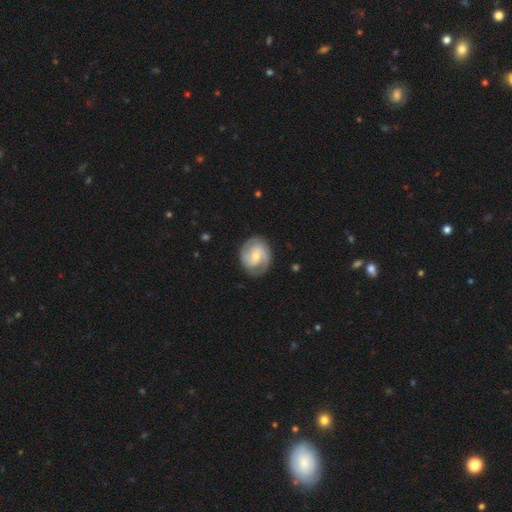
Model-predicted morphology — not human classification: A featured or disk galaxy (80%) with a weak bar (48%), 2 (69%) tight (49%) spiral arms (95%) and a small central bulge (50%). Merging: none (80%).